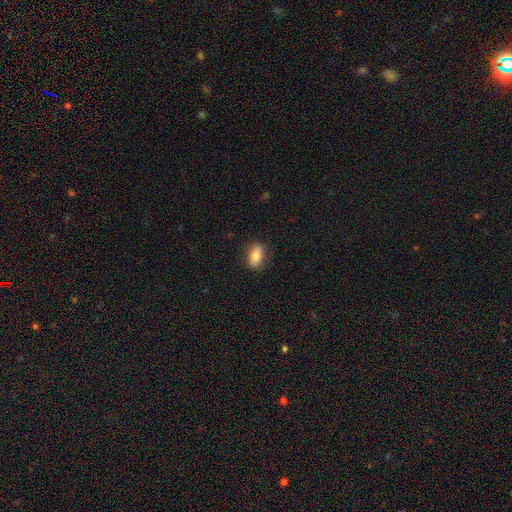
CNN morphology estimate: Q: Smooth or featured?
A: smooth (84%); runner-up: featured or disk (9%)
Q: How rounded?
A: in between (90%); runner-up: round (6%)
Q: Merging?
A: none (84%); runner-up: minor disturbance (12%)